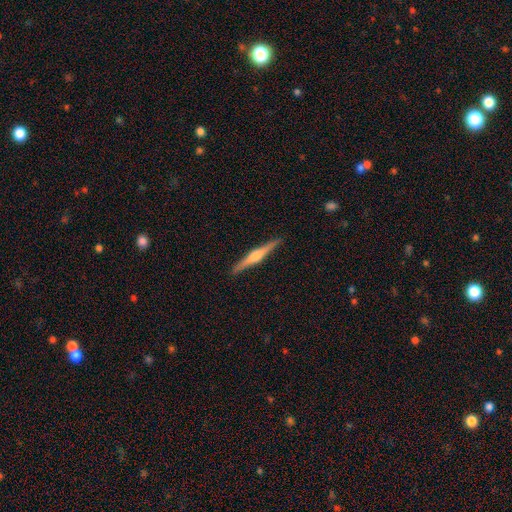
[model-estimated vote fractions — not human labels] The model was most divided on "smooth or featured": featured or disk: 74%, smooth: 21%, star or artifact: 5%. More confident: edge-on disk — yes (98%); merging — none (91%); edge-on bulge — rounded (85%).